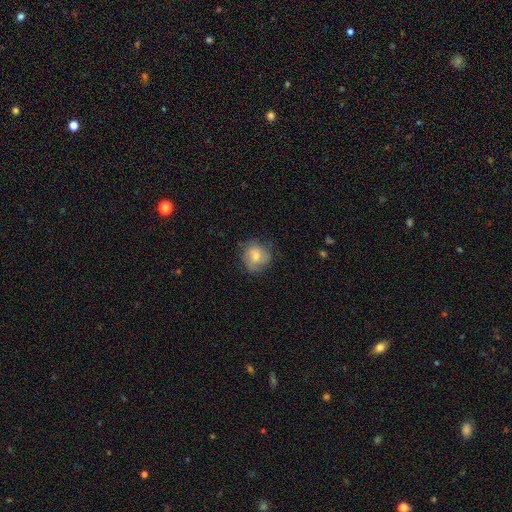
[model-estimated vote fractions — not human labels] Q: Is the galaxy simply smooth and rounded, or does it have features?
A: smooth — 69%.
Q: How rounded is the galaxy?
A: round — 82%.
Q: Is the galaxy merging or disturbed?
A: none — 72%.